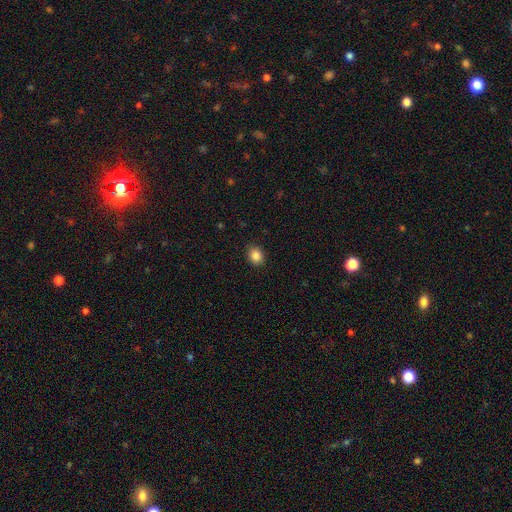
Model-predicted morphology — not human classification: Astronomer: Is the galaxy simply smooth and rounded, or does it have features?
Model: smooth — 86%.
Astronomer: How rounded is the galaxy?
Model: round — 61% (runner-up: in between, 38%).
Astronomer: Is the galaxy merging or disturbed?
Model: none — 88%.